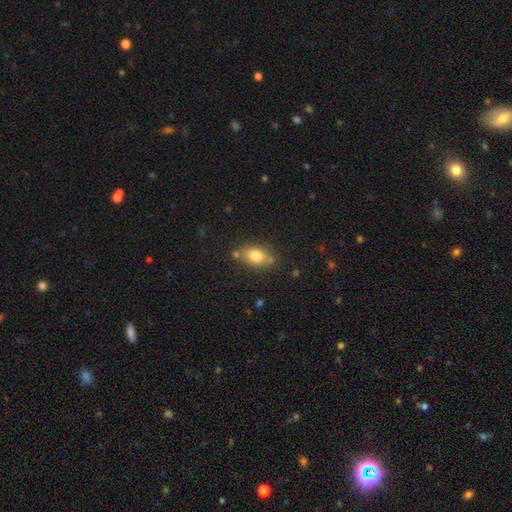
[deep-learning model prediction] Overall: smooth (78%). How rounded: in between (79%). Merging: none (71%).